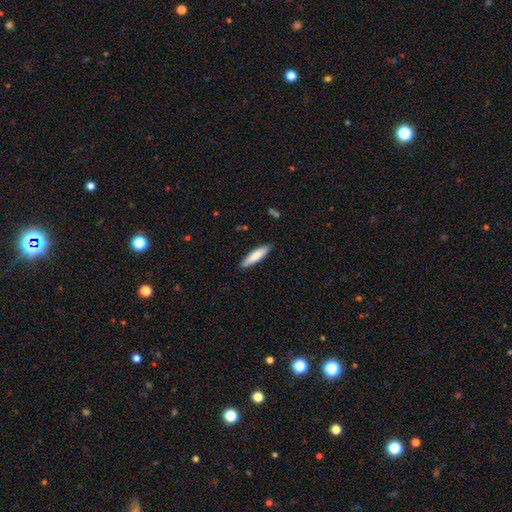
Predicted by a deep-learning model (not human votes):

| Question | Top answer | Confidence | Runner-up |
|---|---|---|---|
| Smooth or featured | smooth | 81% | featured or disk (14%) |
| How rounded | cigar-shaped | 77% | in between (22%) |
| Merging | none | 88% | minor disturbance (10%) |